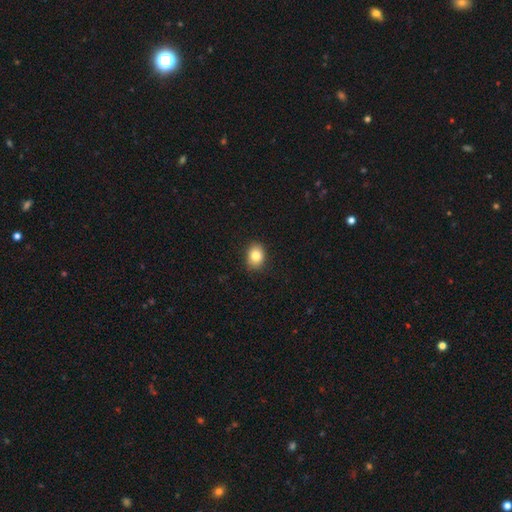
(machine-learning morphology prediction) Smooth or featured? smooth (83%)
How rounded? in between (56%)
Merging? none (88%)